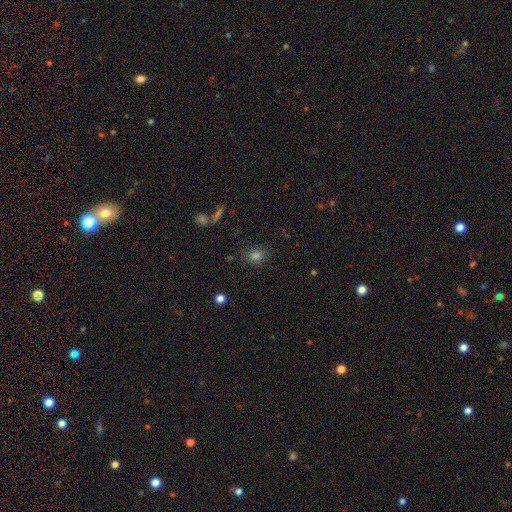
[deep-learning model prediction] smooth-or-featured: smooth: 80% | star or artifact: 13% | featured or disk: 7%
  how-rounded: round: 55% | in between: 44% | cigar-shaped: 1%
  merging: none: 82% | minor disturbance: 12% | major disturbance: 4% | merger: 2%